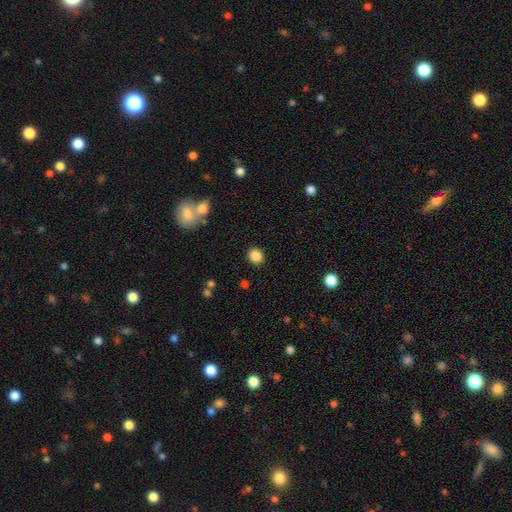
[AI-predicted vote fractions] smooth 87%, star or artifact 10%, featured or disk 4%. Down the decision tree: how rounded — round (83%); merging — none (90%).